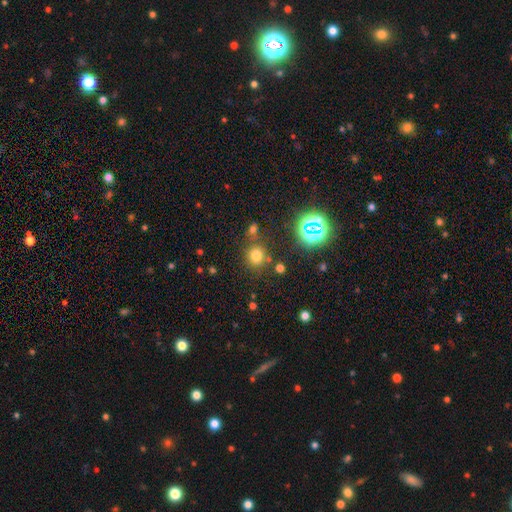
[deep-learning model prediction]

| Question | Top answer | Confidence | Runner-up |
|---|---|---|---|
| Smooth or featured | smooth | 68% | star or artifact (24%) |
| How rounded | round | 86% | in between (13%) |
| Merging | none | 76% | merger (10%) |